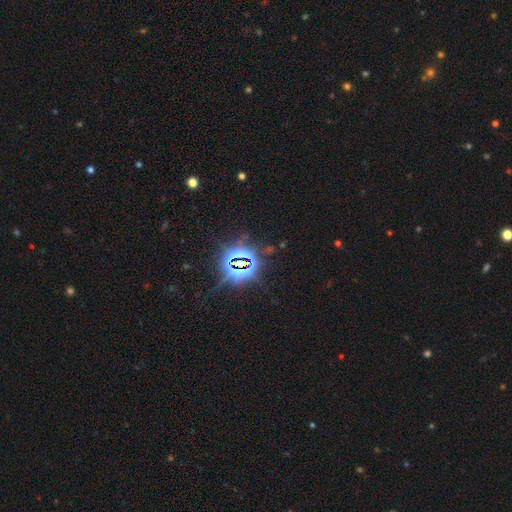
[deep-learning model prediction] smooth_or_featured: star or artifact (p=0.83) [alt: smooth p=0.09]